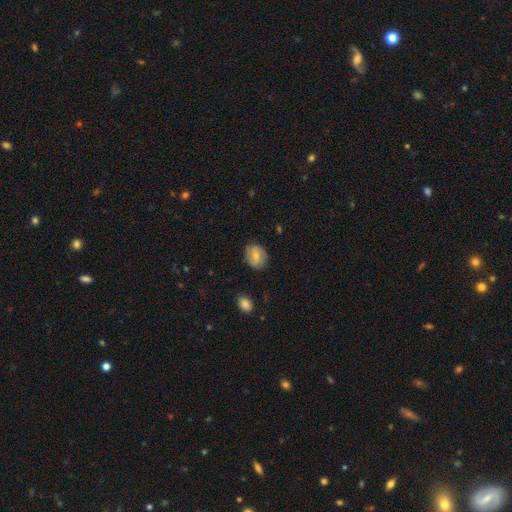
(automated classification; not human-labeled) Smooth or featured: smooth — 65% (featured or disk — 27%)
How rounded: round — 60% (in between — 39%)
Merging: none — 81% (minor disturbance — 15%)